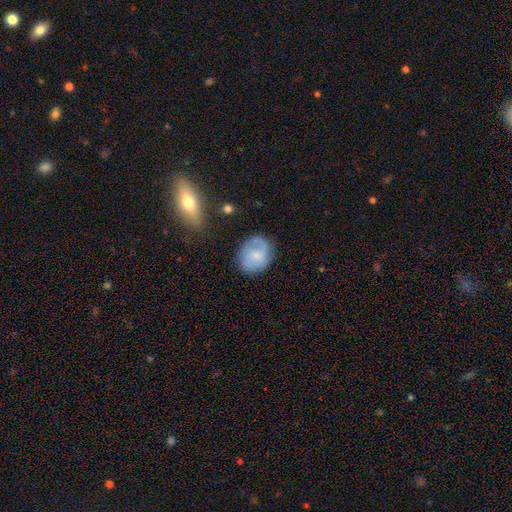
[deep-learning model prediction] This appears to be a smooth galaxy with no disk features (47%). Merging: none (71%).